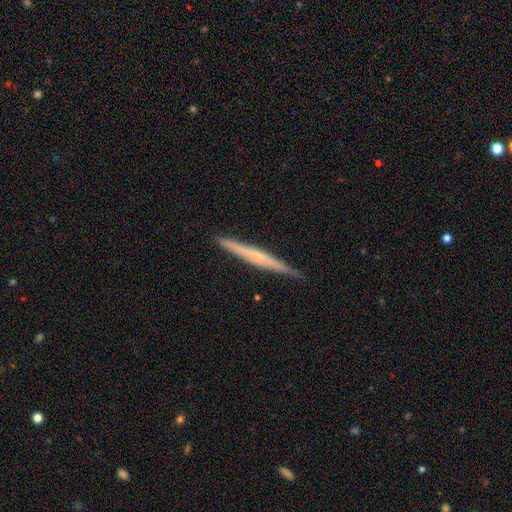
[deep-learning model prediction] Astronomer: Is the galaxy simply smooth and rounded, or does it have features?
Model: featured or disk — 62%.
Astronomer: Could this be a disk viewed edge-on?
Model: yes — 98%.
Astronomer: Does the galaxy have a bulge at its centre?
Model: none — 54% (runner-up: rounded, 37%).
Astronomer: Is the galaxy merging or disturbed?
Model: none — 88%.